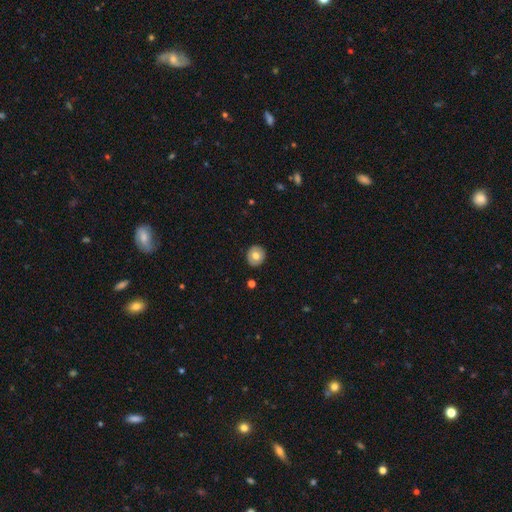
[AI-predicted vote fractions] A smooth galaxy with no disk features (67%) that is round (82%).

Vote fractions:
- Smooth or featured? smooth: 67% / featured or disk: 26% / star or artifact: 7%
- How rounded? round: 82% / in between: 17% / cigar-shaped: 1%
- Merging? none: 90% / minor disturbance: 7% / major disturbance: 2% / merger: 1%